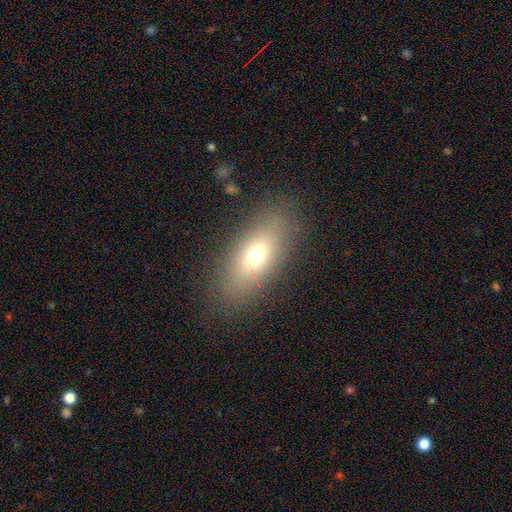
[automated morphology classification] smooth_or_featured: smooth (p=0.67) [alt: featured or disk p=0.21]
how_rounded: in between (p=0.79) [alt: cigar-shaped p=0.15]
merging: none (p=0.84) [alt: minor disturbance p=0.10]